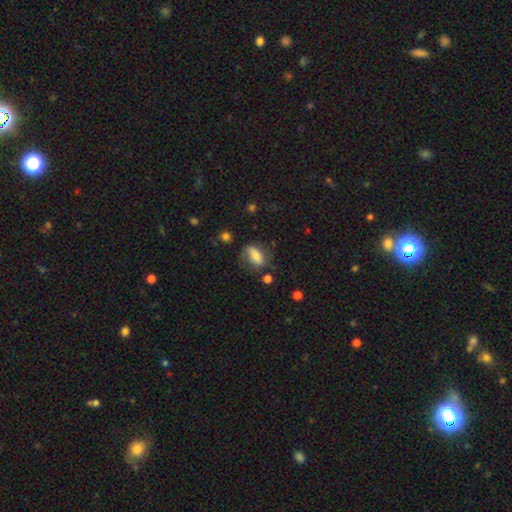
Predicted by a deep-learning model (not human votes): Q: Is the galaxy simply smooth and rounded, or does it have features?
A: smooth — 66%.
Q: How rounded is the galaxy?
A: in between — 80%.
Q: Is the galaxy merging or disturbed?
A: none — 56%.